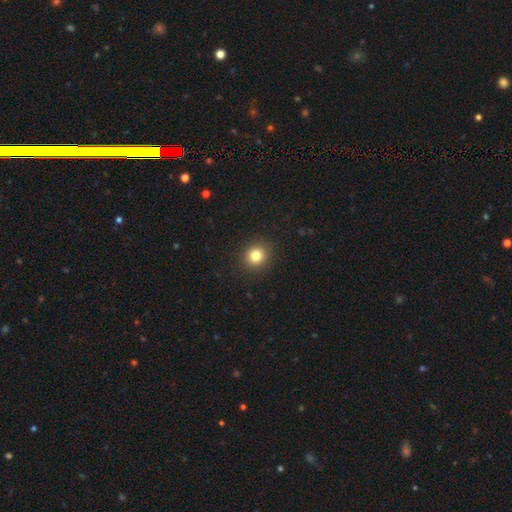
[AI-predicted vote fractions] Smooth or featured: smooth — 81% (star or artifact — 12%)
How rounded: round — 83% (in between — 16%)
Merging: none — 91% (minor disturbance — 6%)